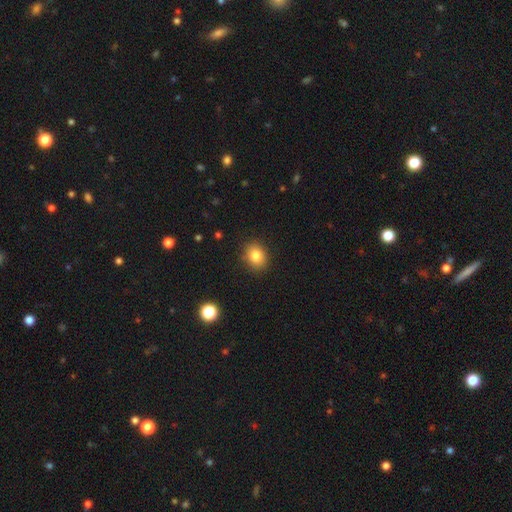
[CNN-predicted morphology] This is clearly a smooth galaxy (82%). How rounded: possibly round (57%). Merging: clearly none (88%).